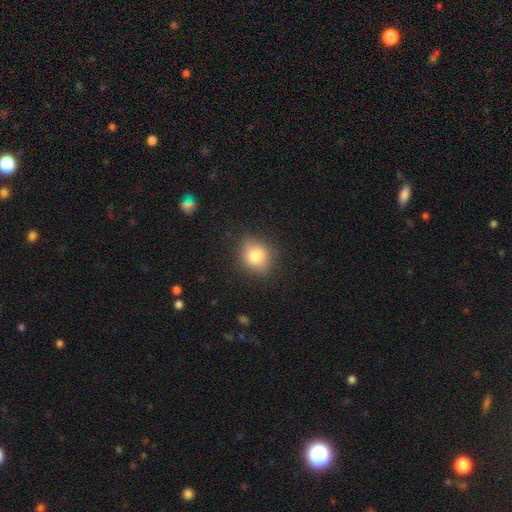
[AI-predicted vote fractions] Morphology: type=smooth (77%); roundness=round (62%); merging=none (77%).